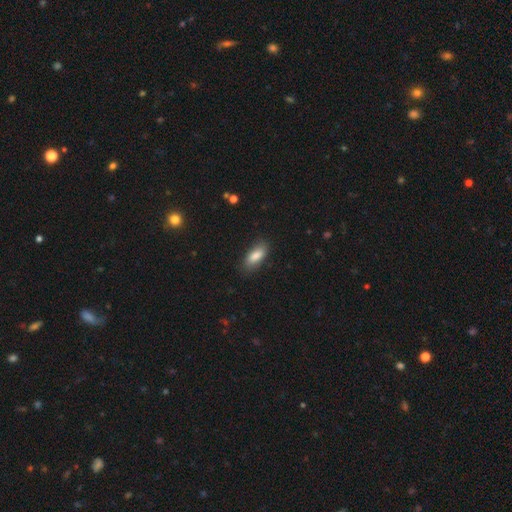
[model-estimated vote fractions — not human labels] smooth_or_featured: smooth (p=0.84) [alt: featured or disk p=0.09]
how_rounded: in between (p=0.81) [alt: cigar-shaped p=0.17]
merging: none (p=0.79) [alt: minor disturbance p=0.16]